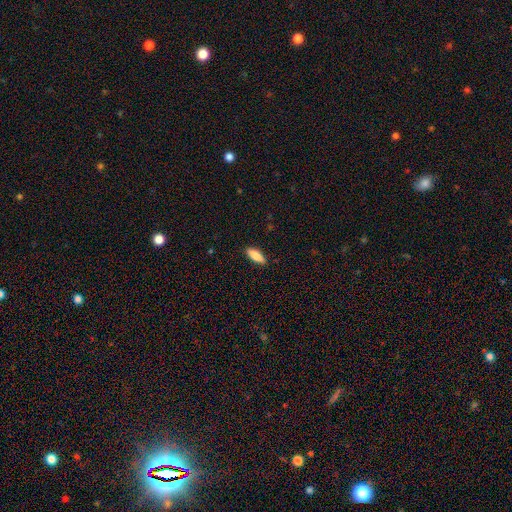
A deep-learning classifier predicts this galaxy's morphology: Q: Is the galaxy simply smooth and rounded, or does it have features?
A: smooth — 84%.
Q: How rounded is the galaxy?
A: in between — 56%.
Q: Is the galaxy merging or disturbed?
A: none — 89%.